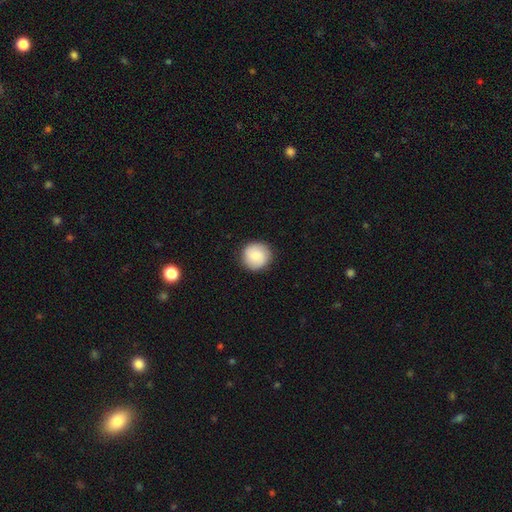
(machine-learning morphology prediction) Overall: smooth (81%). How rounded: round (94%). Merging: none (90%).